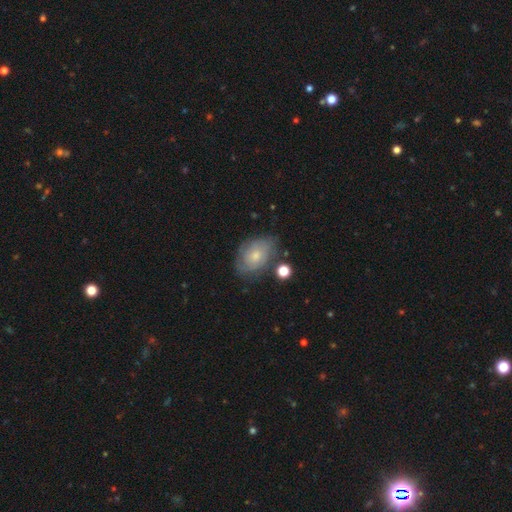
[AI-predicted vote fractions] Morphology: type=featured or disk (50%); edge-on=no (95%); merging=none (64%).